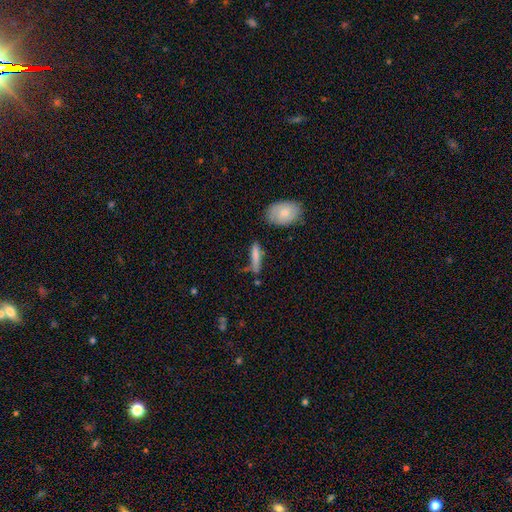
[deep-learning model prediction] This is likely a smooth galaxy (69%). How rounded: likely cigar-shaped (79%). Merging: possibly none (52%).